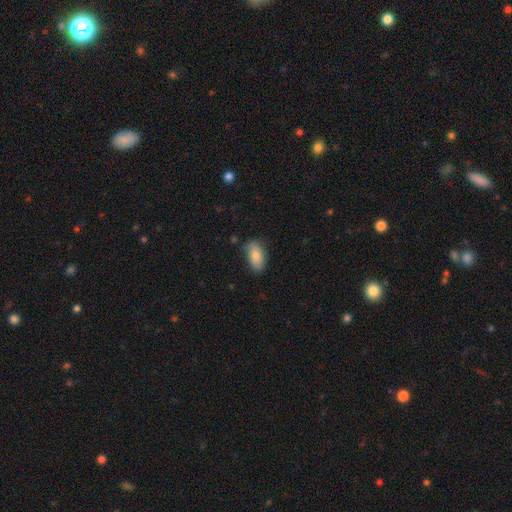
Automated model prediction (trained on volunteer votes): Smooth or featured?
  - smooth: 82% *
  - featured or disk: 11%
  - star or artifact: 7%
How rounded?
  - in between: 93% *
  - round: 4%
  - cigar-shaped: 3%
Merging?
  - none: 73% *
  - minor disturbance: 21%
  - major disturbance: 4%
  - merger: 2%